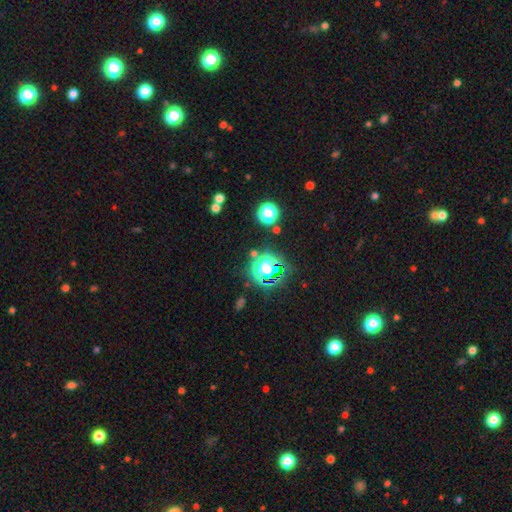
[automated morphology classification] A star or artifact, not a galaxy (71%).